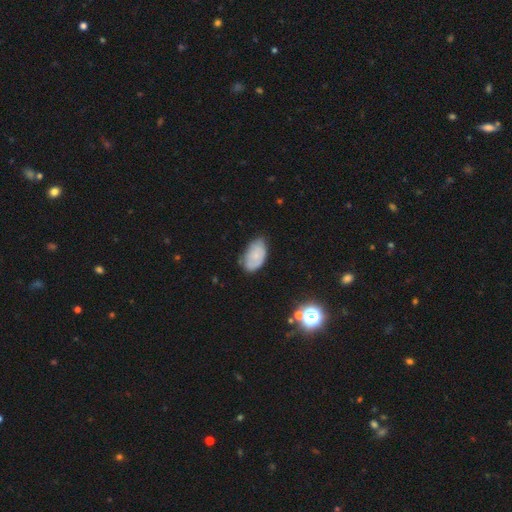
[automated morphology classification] Smooth or featured: smooth — 67% (featured or disk — 25%)
How rounded: in between — 93% (round — 5%)
Merging: none — 58% (minor disturbance — 33%)